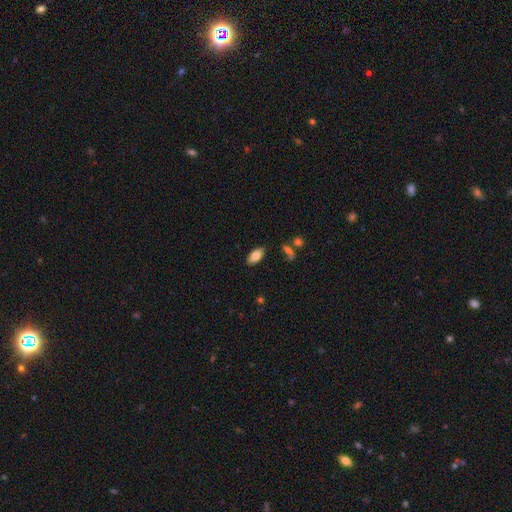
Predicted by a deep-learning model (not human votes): Smooth or featured?
  - smooth: 79% *
  - featured or disk: 14%
  - star or artifact: 7%
How rounded?
  - in between: 92% *
  - cigar-shaped: 5%
  - round: 3%
Merging?
  - none: 84% *
  - minor disturbance: 11%
  - major disturbance: 2%
  - merger: 2%